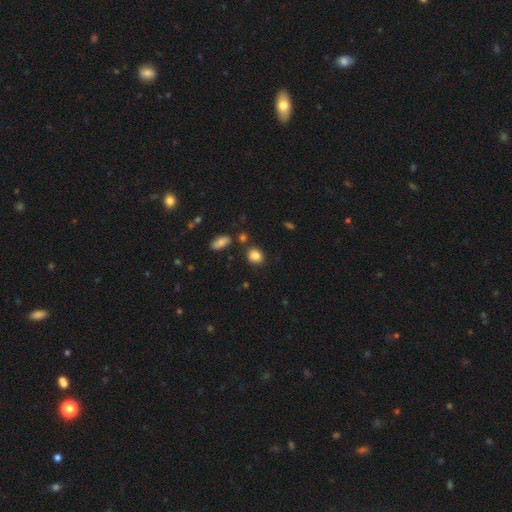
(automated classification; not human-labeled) The model was most divided on "how rounded": round: 65%, in between: 33%, cigar-shaped: 2%. More confident: smooth or featured — smooth (85%); merging — none (80%).